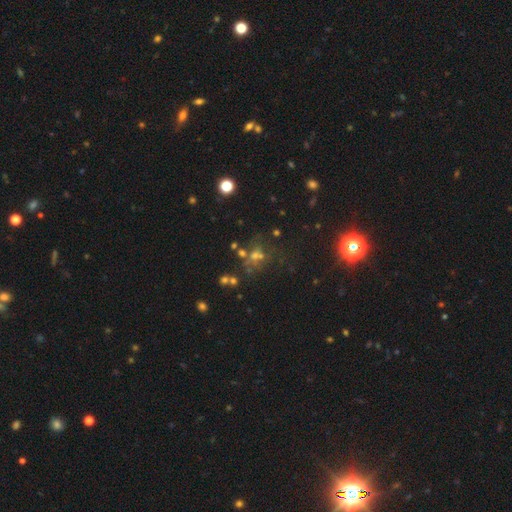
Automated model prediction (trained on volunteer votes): Morphology: type=star or artifact (44%).